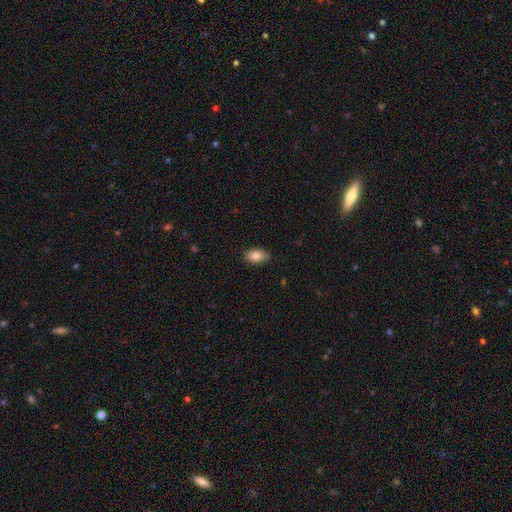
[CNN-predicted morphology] A smooth galaxy with no disk features (85%) that is in between round and cigar-shaped (91%).

Vote fractions:
- Smooth or featured? smooth: 85% / featured or disk: 8% / star or artifact: 7%
- How rounded? in between: 91% / round: 6% / cigar-shaped: 3%
- Merging? none: 84% / minor disturbance: 13% / major disturbance: 2% / merger: 1%